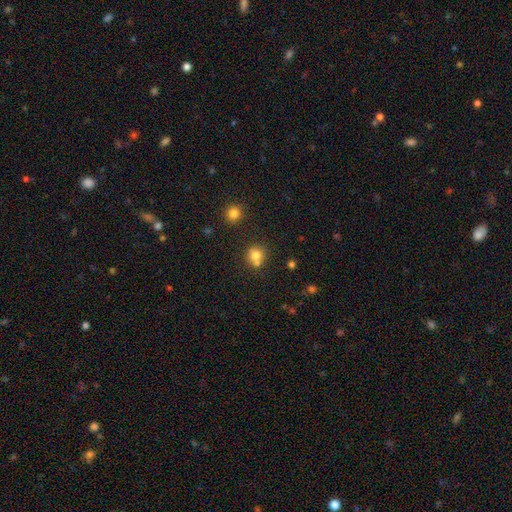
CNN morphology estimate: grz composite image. It shows a smooth galaxy with no disk features (77%) that is round (86%). Merging: none (55%).